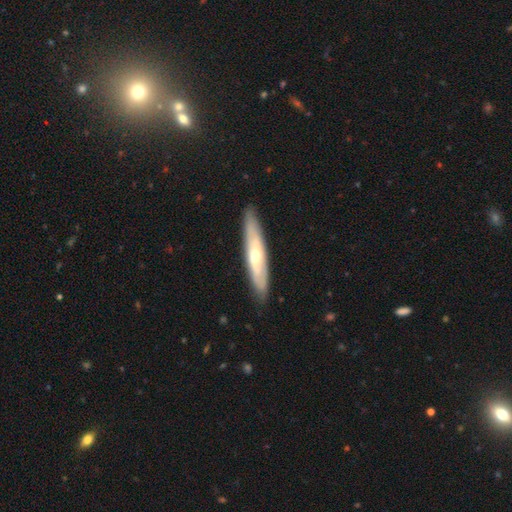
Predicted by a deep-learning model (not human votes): Smooth or featured? Predicted: featured or disk (p=0.54). Edge-on disk? Predicted: yes (p=0.68). Merging? Predicted: none (p=0.88).